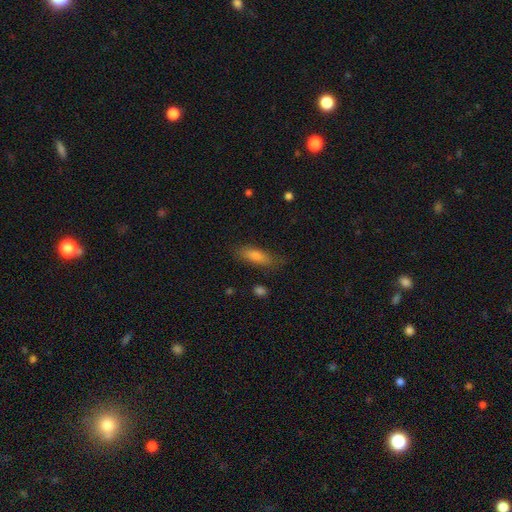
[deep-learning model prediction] This is likely a smooth galaxy (71%). How rounded: possibly cigar-shaped (49%). Merging: clearly none (80%).